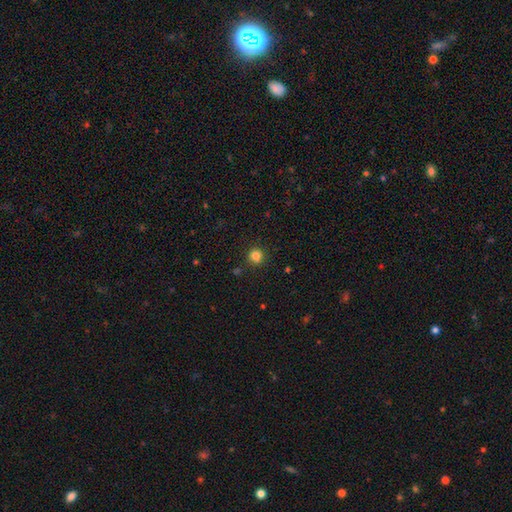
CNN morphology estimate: Smooth or featured: smooth — 83% (star or artifact — 13%)
How rounded: round — 91% (in between — 8%)
Merging: none — 88% (minor disturbance — 8%)